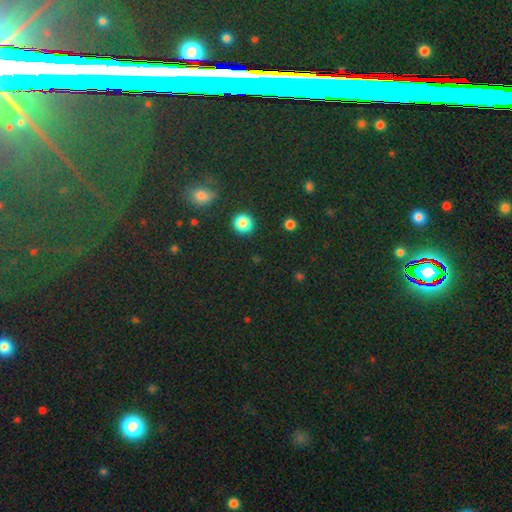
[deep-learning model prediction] Q: Smooth or featured?
A: star or artifact (75%); runner-up: smooth (15%)